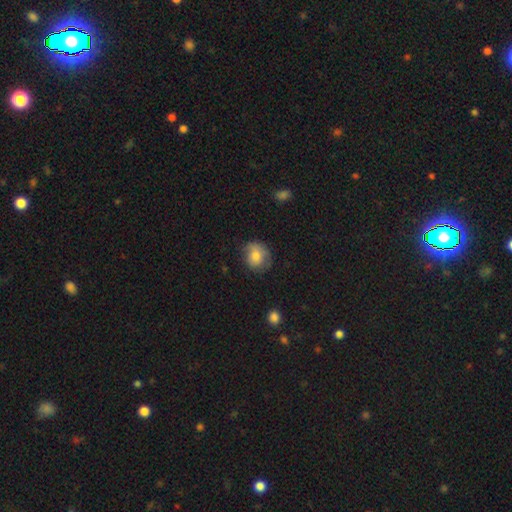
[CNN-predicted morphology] A smooth galaxy with no disk features (77%) that is round (78%).

Vote fractions:
- Smooth or featured? smooth: 77% / featured or disk: 15% / star or artifact: 8%
- How rounded? round: 78% / in between: 21% / cigar-shaped: 1%
- Merging? none: 65% / minor disturbance: 27% / major disturbance: 7% / merger: 1%